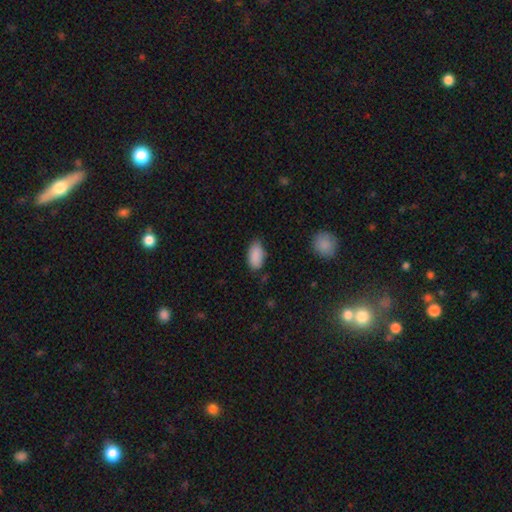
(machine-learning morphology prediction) smooth 89%, star or artifact 7%, featured or disk 4%. Down the decision tree: how rounded — in between (93%); merging — none (77%).